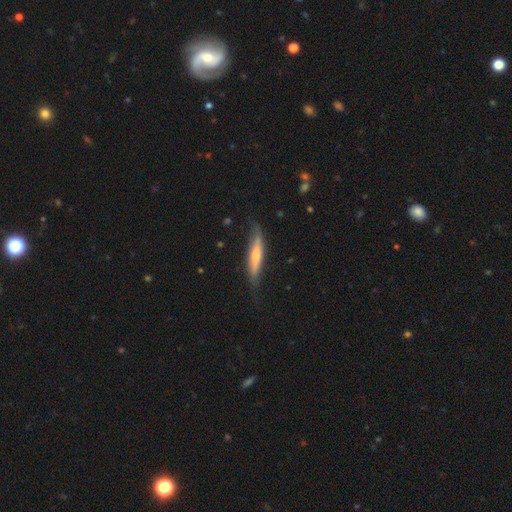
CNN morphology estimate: This is possibly a featured or disk galaxy (52%). It is likely viewed edge-on (80%). Merging: likely none (65%).